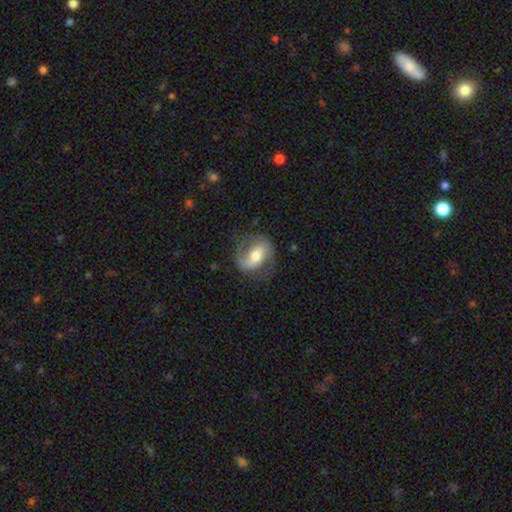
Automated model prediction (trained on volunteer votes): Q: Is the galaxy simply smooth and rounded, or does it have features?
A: featured or disk — 66%.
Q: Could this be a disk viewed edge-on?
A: no — 96%.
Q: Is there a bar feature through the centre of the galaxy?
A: weak — 39%.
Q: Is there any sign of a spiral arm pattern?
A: yes — 85%.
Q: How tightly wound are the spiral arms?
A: medium — 44%.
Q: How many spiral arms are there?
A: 2 — 66%.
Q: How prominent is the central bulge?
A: moderate — 66%.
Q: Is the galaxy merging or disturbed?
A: none — 63%.